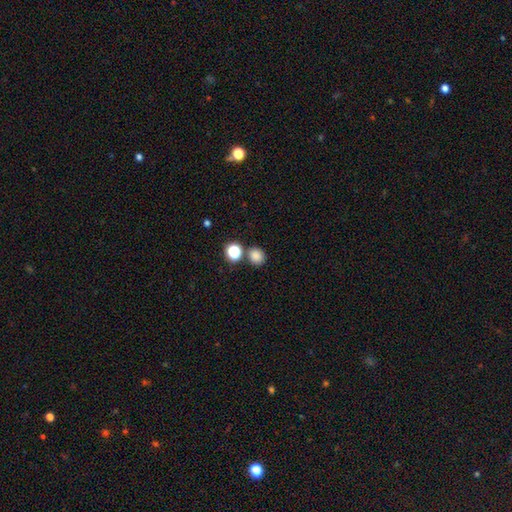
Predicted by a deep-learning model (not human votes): smooth-or-featured: smooth: 81% | star or artifact: 14% | featured or disk: 5%
  how-rounded: round: 83% | in between: 16% | cigar-shaped: 1%
  merging: none: 74% | merger: 15% | minor disturbance: 8% | major disturbance: 3%